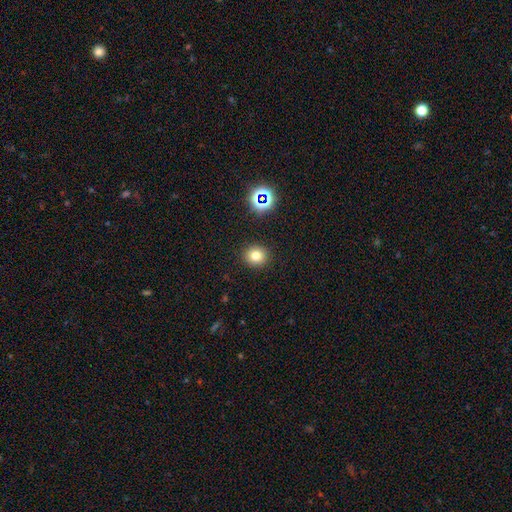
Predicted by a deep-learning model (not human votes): Smooth or featured? Predicted: smooth (p=0.76). How rounded? Predicted: round (p=0.79). Merging? Predicted: none (p=0.90).